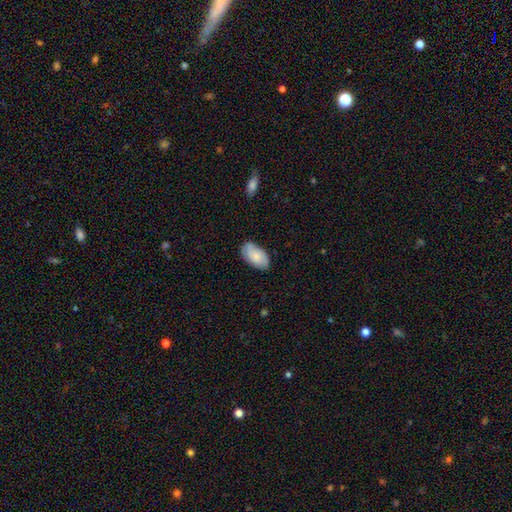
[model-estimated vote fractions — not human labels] Smooth or featured: smooth — 76% (featured or disk — 18%)
How rounded: in between — 95% (round — 4%)
Merging: none — 75% (minor disturbance — 20%)